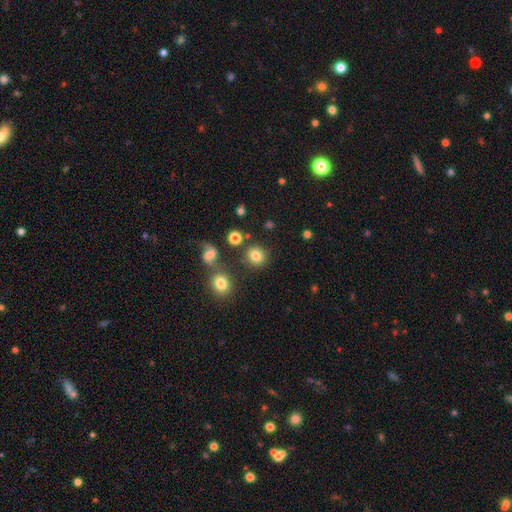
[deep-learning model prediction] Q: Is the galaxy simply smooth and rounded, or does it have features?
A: smooth — 80%.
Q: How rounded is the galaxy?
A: round — 83%.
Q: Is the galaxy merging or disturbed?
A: none — 79%.